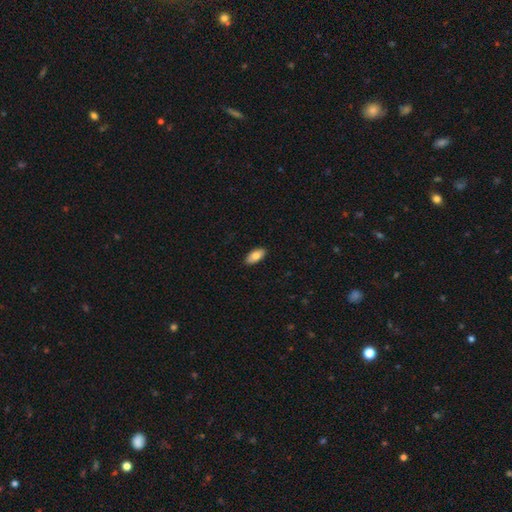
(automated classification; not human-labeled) smooth-or-featured: smooth: 80% | featured or disk: 14% | star or artifact: 6%
  how-rounded: in between: 92% | cigar-shaped: 5% | round: 2%
  merging: none: 89% | minor disturbance: 8% | major disturbance: 2% | merger: 1%